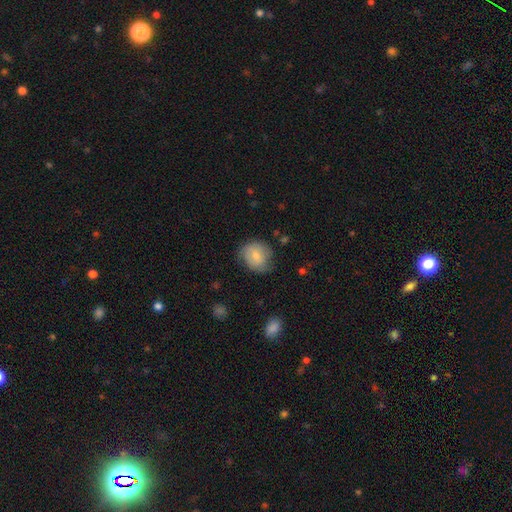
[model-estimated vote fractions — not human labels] smooth_or_featured: smooth (p=0.72) [alt: featured or disk p=0.21]
how_rounded: round (p=0.66) [alt: in between p=0.33]
merging: none (p=0.61) [alt: minor disturbance p=0.29]